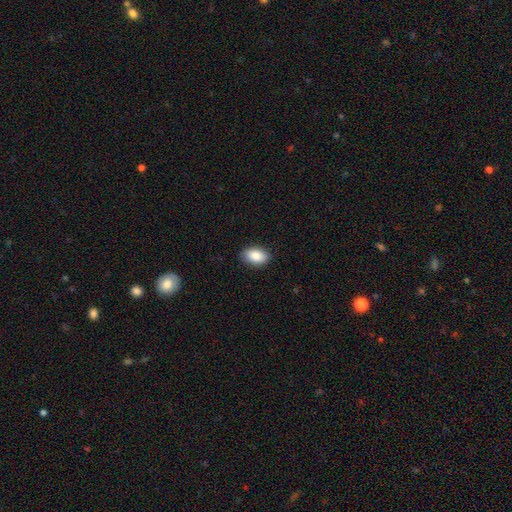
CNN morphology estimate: type=smooth (87%); roundness=in between (92%); merging=none (89%).